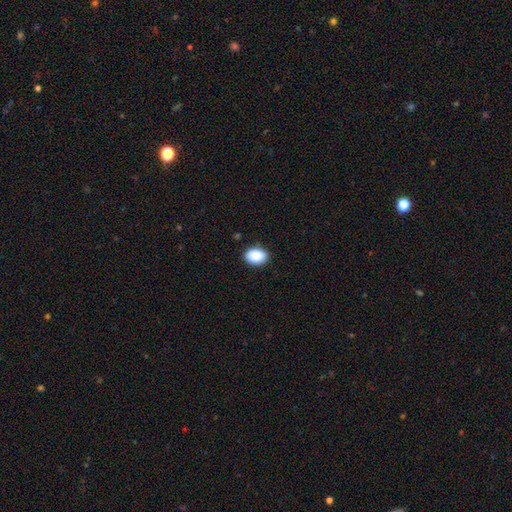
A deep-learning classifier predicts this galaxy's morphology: smooth_or_featured: smooth (p=0.89) [alt: star or artifact p=0.07]
how_rounded: in between (p=0.79) [alt: round p=0.20]
merging: none (p=0.87) [alt: minor disturbance p=0.10]